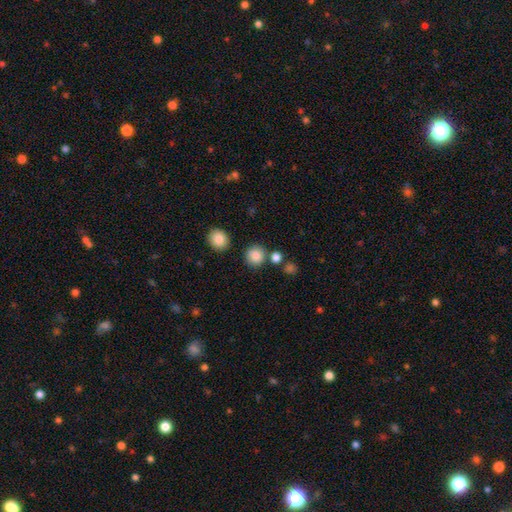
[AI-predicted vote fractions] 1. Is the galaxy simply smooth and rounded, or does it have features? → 85% smooth, 10% star or artifact, 4% featured or disk.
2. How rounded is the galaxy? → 90% round, 9% in between, 1% cigar-shaped.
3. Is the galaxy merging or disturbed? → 78% none, 10% minor disturbance, 9% merger, 3% major disturbance.